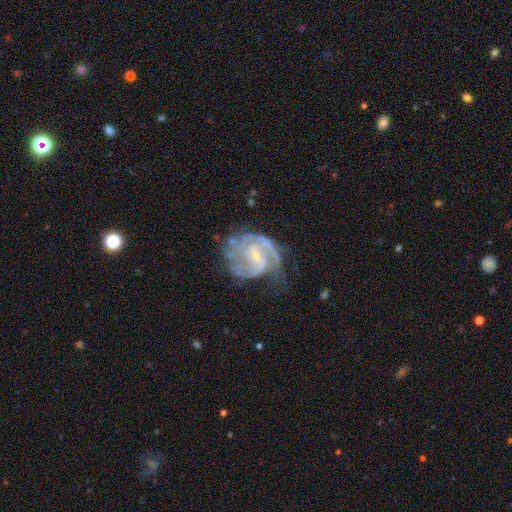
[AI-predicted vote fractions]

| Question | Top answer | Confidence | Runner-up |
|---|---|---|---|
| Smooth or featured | featured or disk | 87% | smooth (7%) |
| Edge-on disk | no | 98% | yes (2%) |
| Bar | weak | 51% | no (33%) |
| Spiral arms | yes | 94% | no (6%) |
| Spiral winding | medium | 45% | tight (41%) |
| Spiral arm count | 2 | 38% | can't tell (23%) |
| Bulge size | small | 71% | moderate (20%) |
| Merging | none | 46% | major disturbance (26%) |